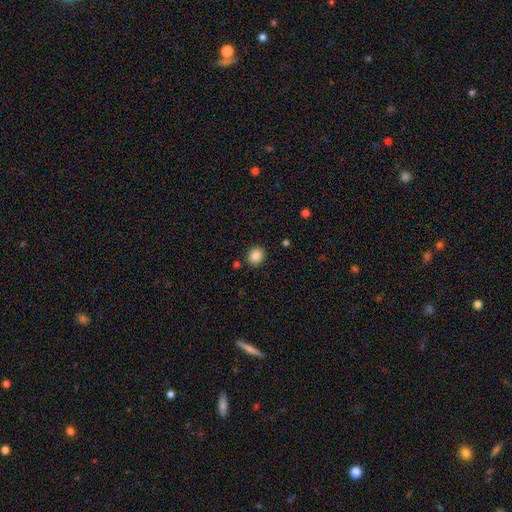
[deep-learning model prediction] The model was most divided on "how rounded": round: 70%, in between: 29%, cigar-shaped: 1%. More confident: merging — none (87%); smooth or featured — smooth (86%).